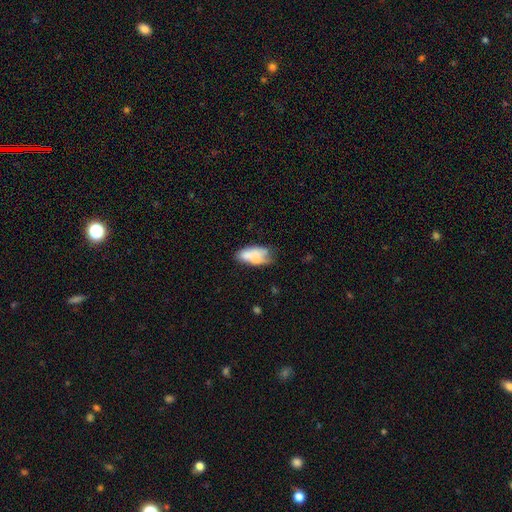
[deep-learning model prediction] Morphology: type=smooth (69%); roundness=in between (90%); merging=none (37%).